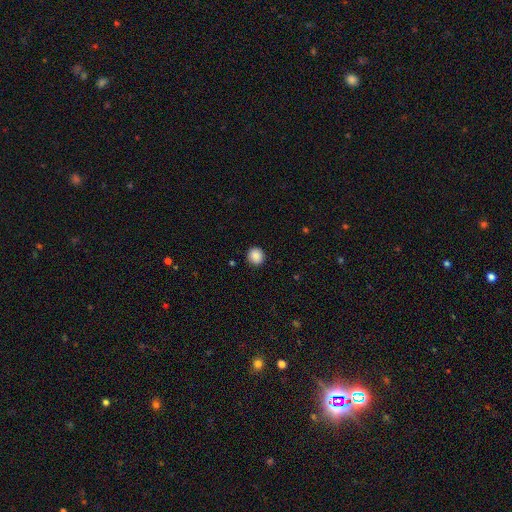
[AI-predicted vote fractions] smooth_or_featured: smooth (p=0.88) [alt: star or artifact p=0.09]
how_rounded: round (p=0.91) [alt: in between p=0.08]
merging: none (p=0.90) [alt: minor disturbance p=0.07]